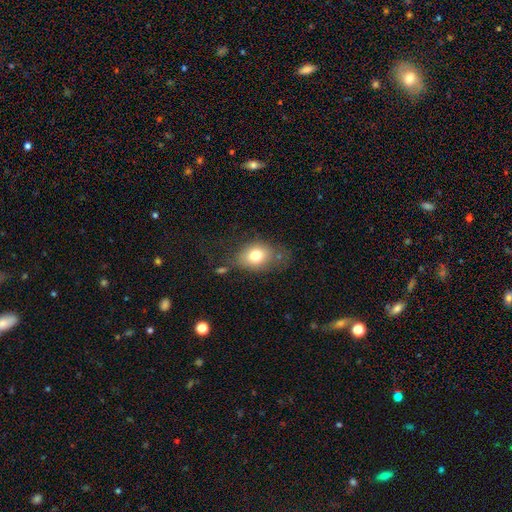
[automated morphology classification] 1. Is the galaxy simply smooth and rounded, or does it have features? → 76% smooth, 15% featured or disk, 9% star or artifact.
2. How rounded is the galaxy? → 68% in between, 31% round, 1% cigar-shaped.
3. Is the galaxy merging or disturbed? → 55% none, 25% minor disturbance, 15% major disturbance, 5% merger.